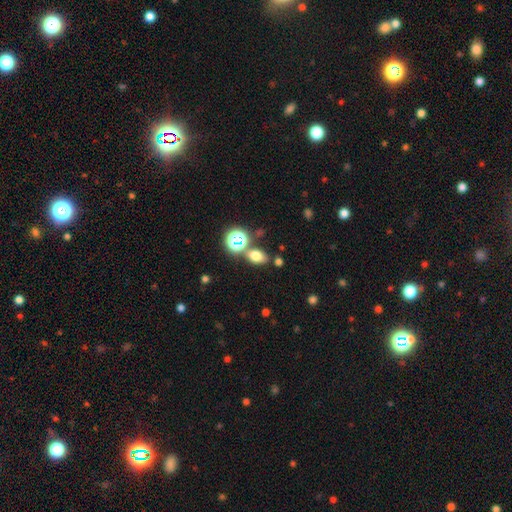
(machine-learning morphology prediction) Overall: smooth (68%). How rounded: in between (73%). Merging: none (72%).